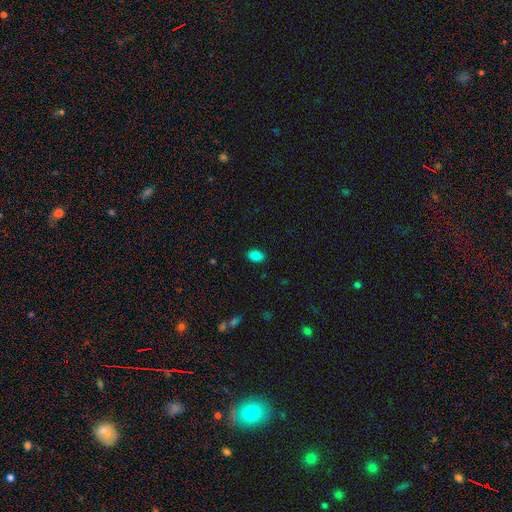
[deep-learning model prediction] Q: Smooth or featured?
A: smooth (86%); runner-up: star or artifact (9%)
Q: How rounded?
A: in between (87%); runner-up: round (12%)
Q: Merging?
A: none (89%); runner-up: minor disturbance (8%)